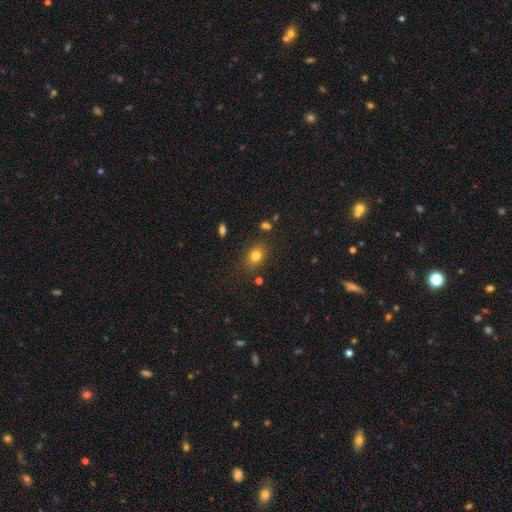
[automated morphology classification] This is likely a smooth galaxy (78%). How rounded: likely in between (65%). Merging: clearly none (80%).